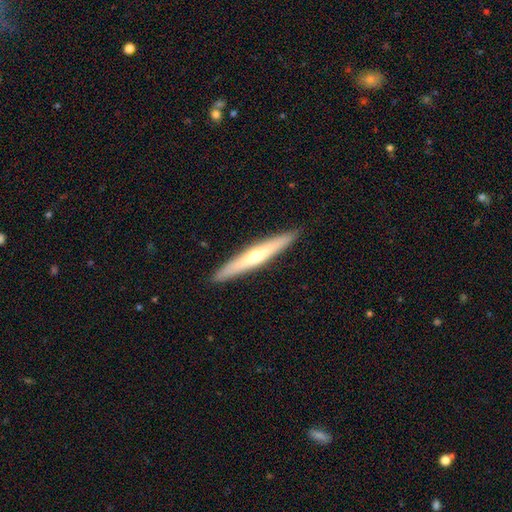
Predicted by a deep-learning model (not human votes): smooth_or_featured: featured or disk (p=0.55) [alt: smooth p=0.40]
disk_edge_on: yes (p=0.94) [alt: no p=0.06]
edge_on_bulge: rounded (p=0.79) [alt: none p=0.18]
merging: none (p=0.92) [alt: minor disturbance p=0.06]